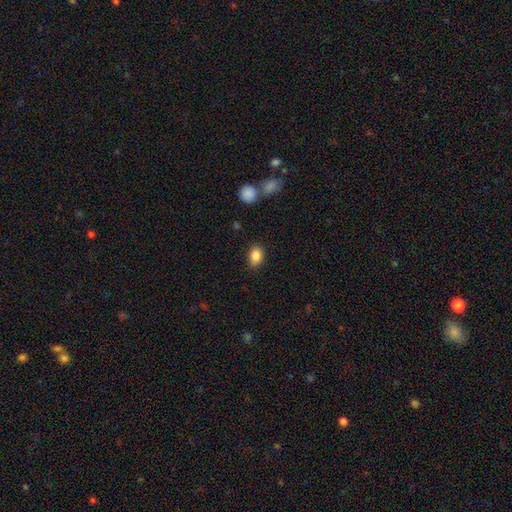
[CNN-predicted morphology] The model was most divided on "how rounded": in between: 71%, round: 28%, cigar-shaped: 1%. More confident: smooth or featured — smooth (86%); merging — none (84%).